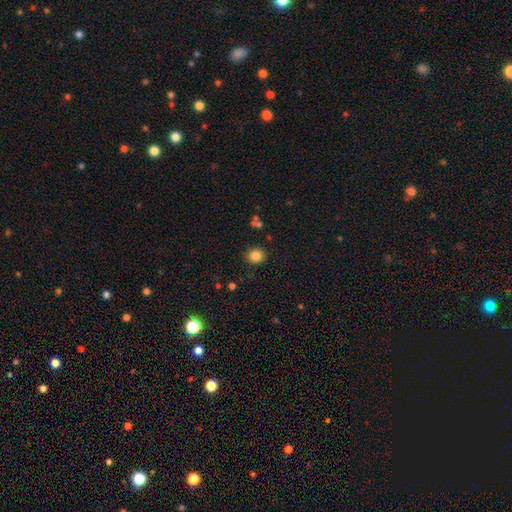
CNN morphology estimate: The model was most divided on "how rounded": round: 73%, in between: 26%, cigar-shaped: 1%. More confident: merging — none (88%); smooth or featured — smooth (83%).